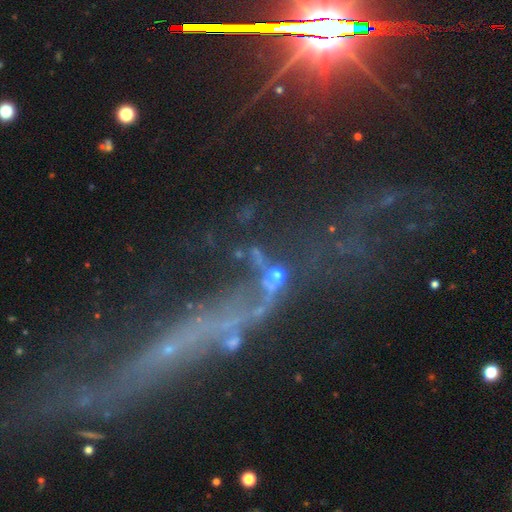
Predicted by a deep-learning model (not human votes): This appears to be a featured or disk galaxy (39%, tied with star or artifact). Merging: major disturbance (31%).